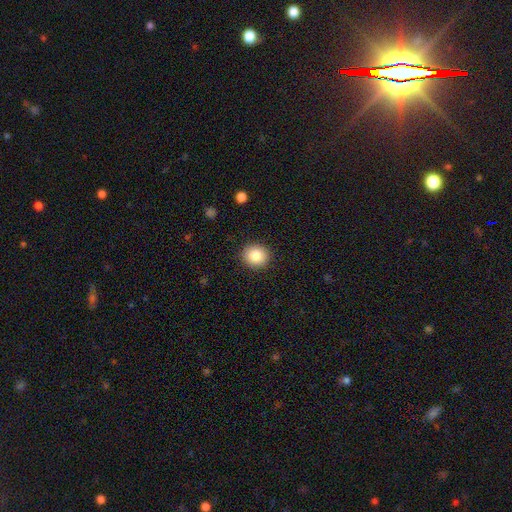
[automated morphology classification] Smooth or featured?
  - smooth: 86% *
  - star or artifact: 9%
  - featured or disk: 5%
How rounded?
  - round: 84% *
  - in between: 15%
  - cigar-shaped: 1%
Merging?
  - none: 91% *
  - minor disturbance: 6%
  - major disturbance: 2%
  - merger: 1%